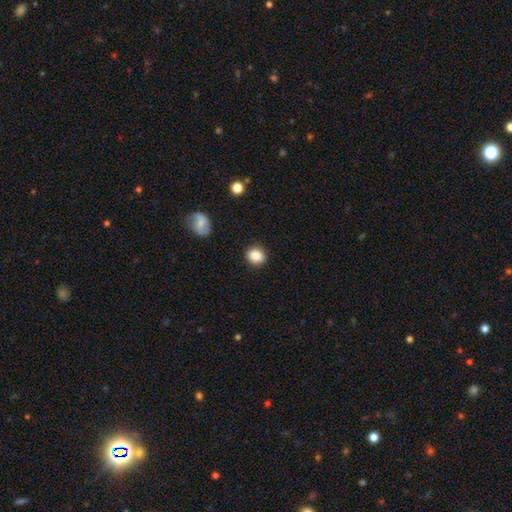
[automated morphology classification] smooth_or_featured: smooth (p=0.86) [alt: star or artifact p=0.09]
how_rounded: round (p=0.72) [alt: in between p=0.27]
merging: none (p=0.88) [alt: minor disturbance p=0.08]